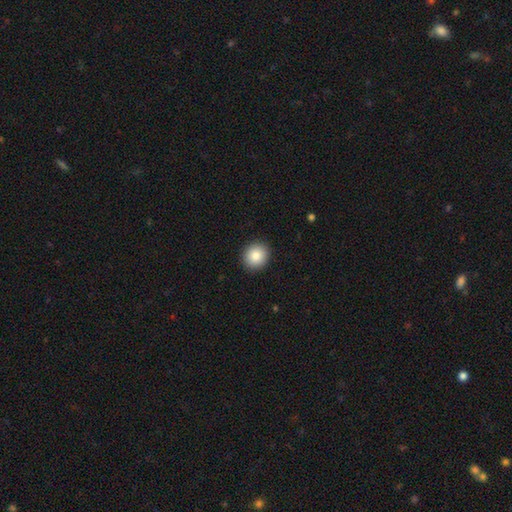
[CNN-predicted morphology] Smooth or featured? smooth (86%)
How rounded? round (87%)
Merging? none (92%)